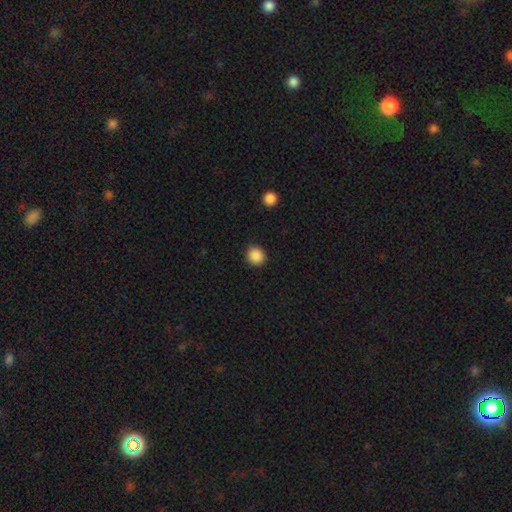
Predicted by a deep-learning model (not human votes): A smooth galaxy with no disk features (88%) that is round (92%).

Vote fractions:
- Smooth or featured? smooth: 88% / star or artifact: 9% / featured or disk: 2%
- How rounded? round: 92% / in between: 7% / cigar-shaped: 1%
- Merging? none: 88% / minor disturbance: 8% / major disturbance: 2% / merger: 1%